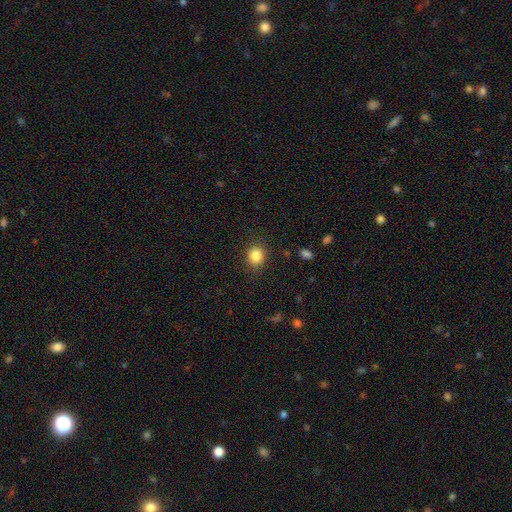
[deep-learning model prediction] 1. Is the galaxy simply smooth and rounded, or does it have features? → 85% smooth, 10% star or artifact, 4% featured or disk.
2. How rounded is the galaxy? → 76% round, 23% in between, 1% cigar-shaped.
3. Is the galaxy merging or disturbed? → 88% none, 8% minor disturbance, 3% major disturbance, 1% merger.